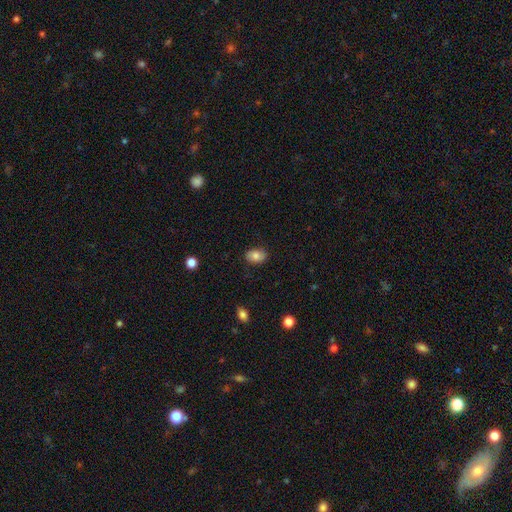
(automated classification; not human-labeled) smooth_or_featured: smooth (p=0.78) [alt: featured or disk p=0.14]
how_rounded: in between (p=0.82) [alt: round p=0.16]
merging: none (p=0.83) [alt: minor disturbance p=0.13]